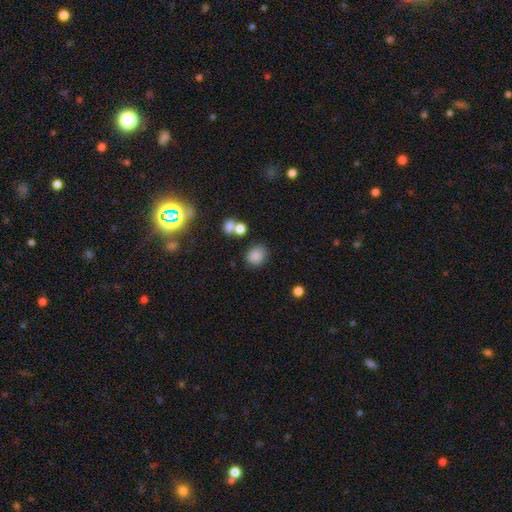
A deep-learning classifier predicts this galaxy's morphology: Q: Smooth or featured?
A: smooth (83%); runner-up: star or artifact (11%)
Q: How rounded?
A: round (70%); runner-up: in between (29%)
Q: Merging?
A: none (73%); runner-up: minor disturbance (13%)